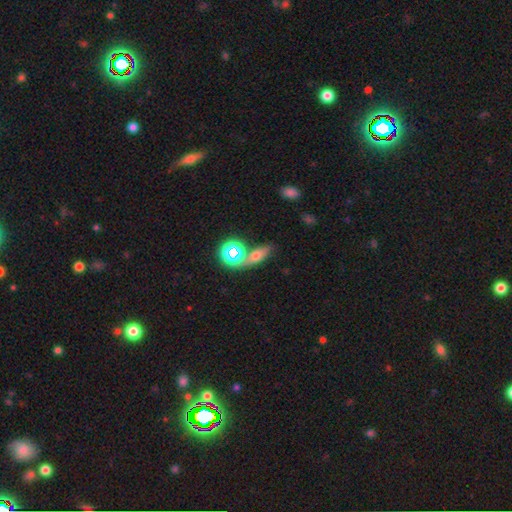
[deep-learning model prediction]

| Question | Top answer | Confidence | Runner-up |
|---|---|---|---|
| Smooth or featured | smooth | 53% | star or artifact (26%) |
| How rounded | in between | 55% | cigar-shaped (25%) |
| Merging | none | 56% | merger (22%) |